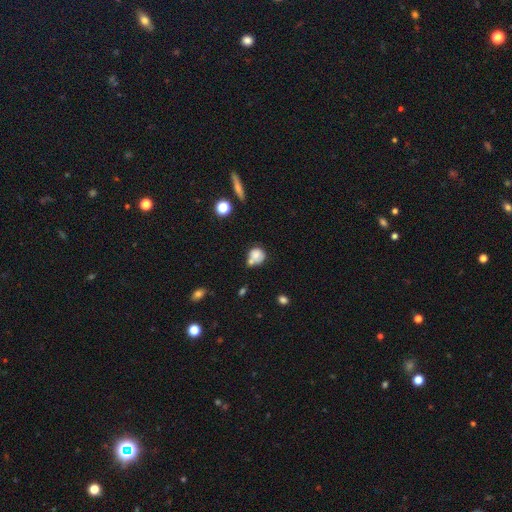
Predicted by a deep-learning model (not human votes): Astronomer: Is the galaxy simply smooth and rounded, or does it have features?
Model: smooth — 74%.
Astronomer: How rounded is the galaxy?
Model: round — 78%.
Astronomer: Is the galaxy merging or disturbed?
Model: none — 39% (runner-up: merger, 35%).